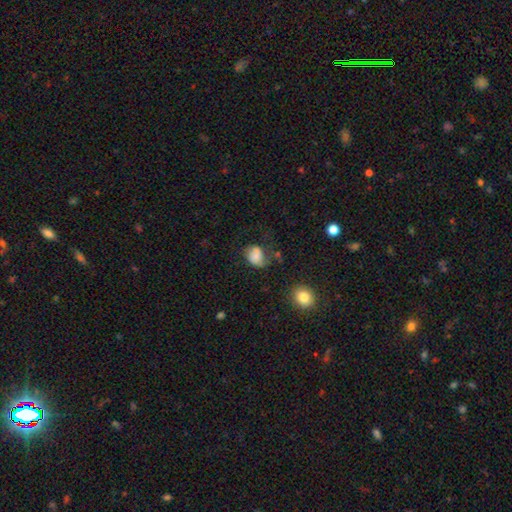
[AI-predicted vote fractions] Overall: smooth (66%). How rounded: in between (56%; round 43%). Merging: none (45%; minor disturbance 28%).